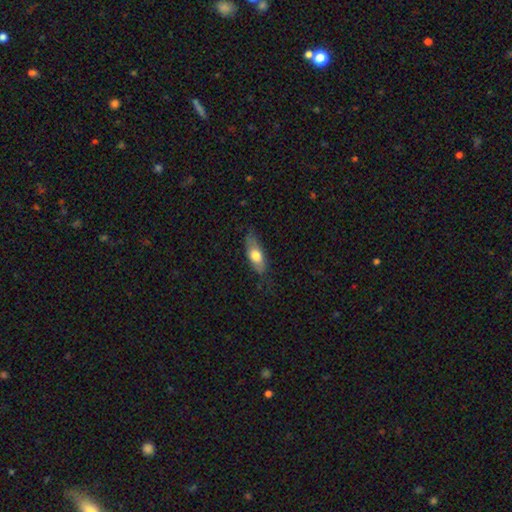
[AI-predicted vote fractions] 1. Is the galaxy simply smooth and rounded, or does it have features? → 66% smooth, 28% featured or disk, 6% star or artifact.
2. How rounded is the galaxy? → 71% in between, 25% cigar-shaped, 3% round.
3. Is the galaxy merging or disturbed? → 70% none, 23% minor disturbance, 6% major disturbance, 1% merger.